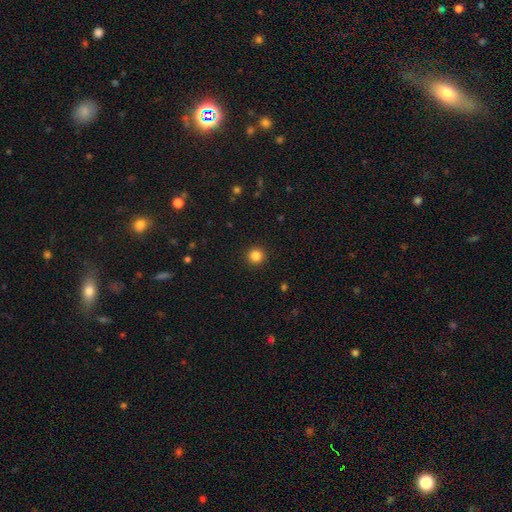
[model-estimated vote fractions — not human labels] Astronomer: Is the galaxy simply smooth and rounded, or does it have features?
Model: smooth — 85%.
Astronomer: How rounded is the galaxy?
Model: round — 95%.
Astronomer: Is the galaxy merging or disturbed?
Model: none — 93%.